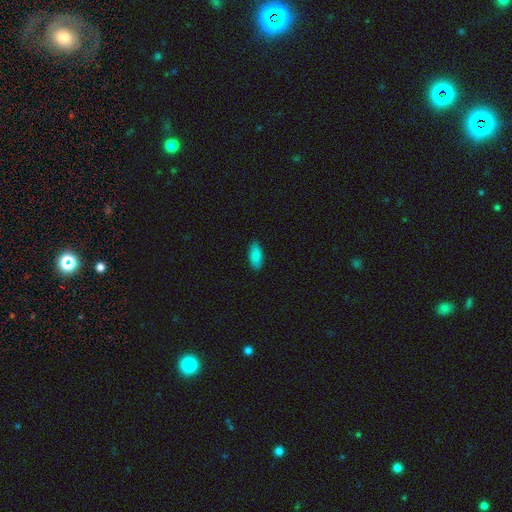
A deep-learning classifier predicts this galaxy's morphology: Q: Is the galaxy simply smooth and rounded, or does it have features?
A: smooth — 88%.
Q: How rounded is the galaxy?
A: in between — 88%.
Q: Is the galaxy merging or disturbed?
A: none — 87%.